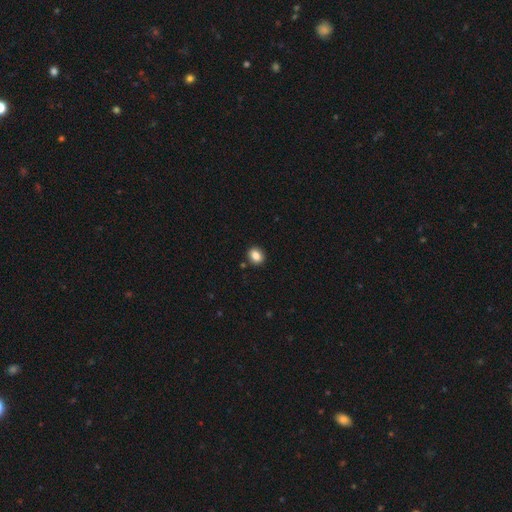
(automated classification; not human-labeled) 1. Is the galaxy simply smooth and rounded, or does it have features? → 85% smooth, 9% star or artifact, 6% featured or disk.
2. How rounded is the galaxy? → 53% round, 46% in between, 1% cigar-shaped.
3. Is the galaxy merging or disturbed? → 88% none, 7% minor disturbance, 2% merger, 2% major disturbance.